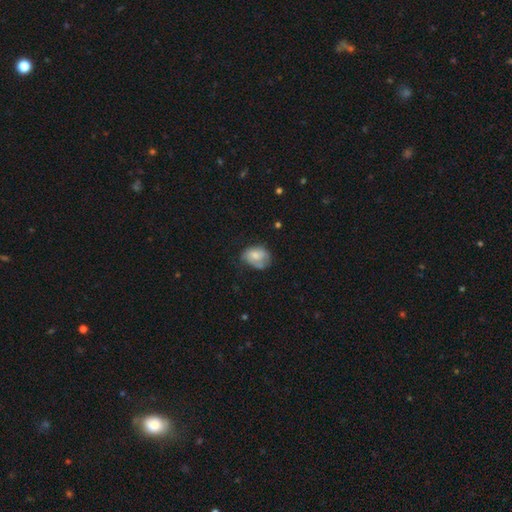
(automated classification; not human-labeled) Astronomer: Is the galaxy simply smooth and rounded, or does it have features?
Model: smooth — 62%.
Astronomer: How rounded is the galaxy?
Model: in between — 63%.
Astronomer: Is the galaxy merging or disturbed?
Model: none — 46% (runner-up: minor disturbance, 35%).